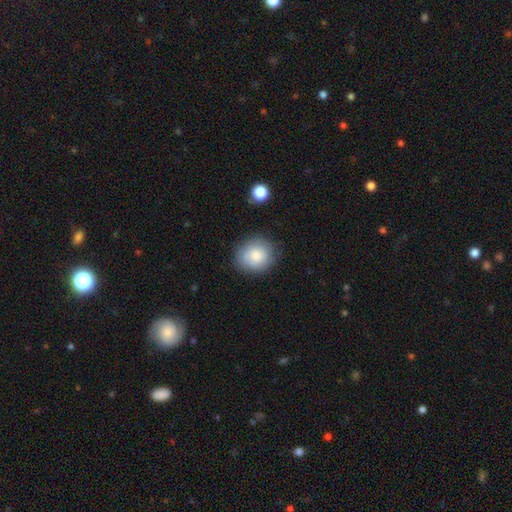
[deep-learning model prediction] Morphology: type=smooth (84%); roundness=round (70%); merging=none (80%).